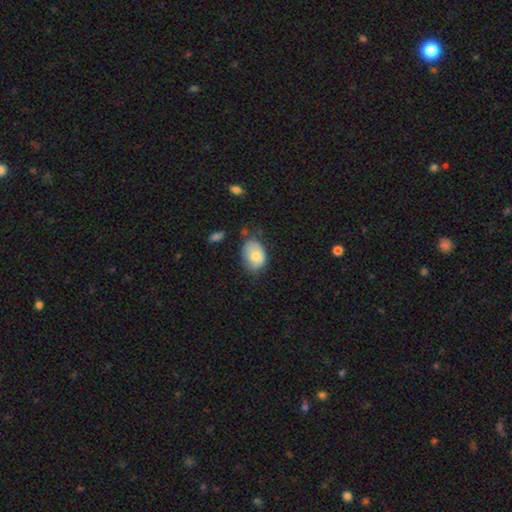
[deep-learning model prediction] Q: Smooth or featured?
A: smooth (75%); runner-up: featured or disk (18%)
Q: How rounded?
A: in between (77%); runner-up: round (22%)
Q: Merging?
A: none (54%); runner-up: minor disturbance (34%)